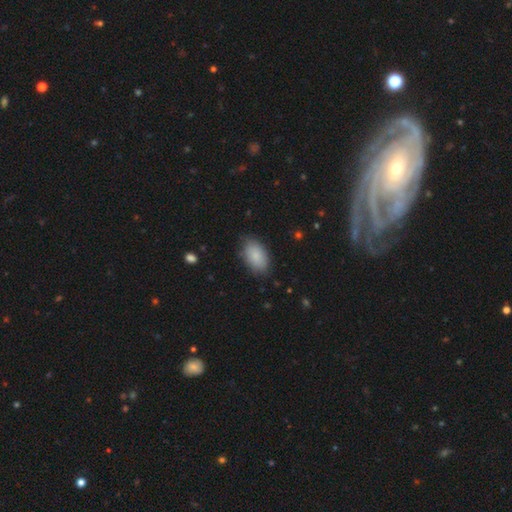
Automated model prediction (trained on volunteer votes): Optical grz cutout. It shows a smooth galaxy with no disk features (87%) that is in between round and cigar-shaped (93%). Merging: none (81%).